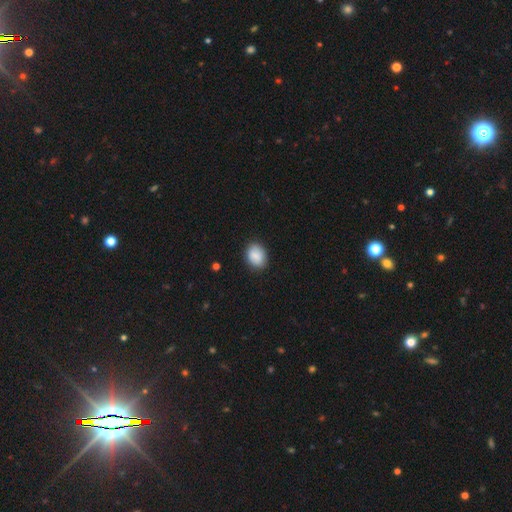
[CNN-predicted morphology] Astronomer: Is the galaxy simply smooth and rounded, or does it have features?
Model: smooth — 88%.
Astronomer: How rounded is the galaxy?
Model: in between — 62% (runner-up: round, 37%).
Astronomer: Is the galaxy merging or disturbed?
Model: none — 86%.